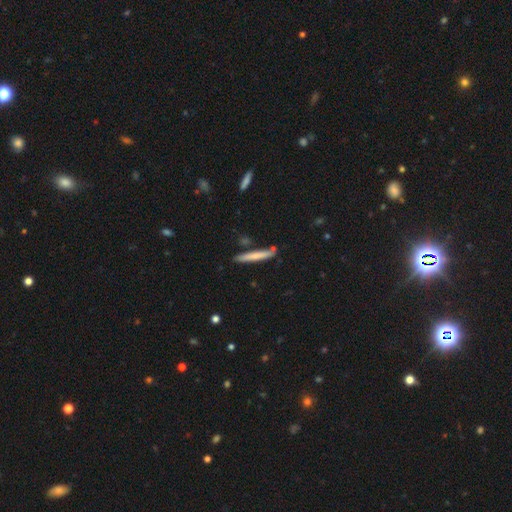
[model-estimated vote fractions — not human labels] smooth 68%, featured or disk 26%, star or artifact 5%. Down the decision tree: how rounded — cigar-shaped (95%); merging — none (80%).